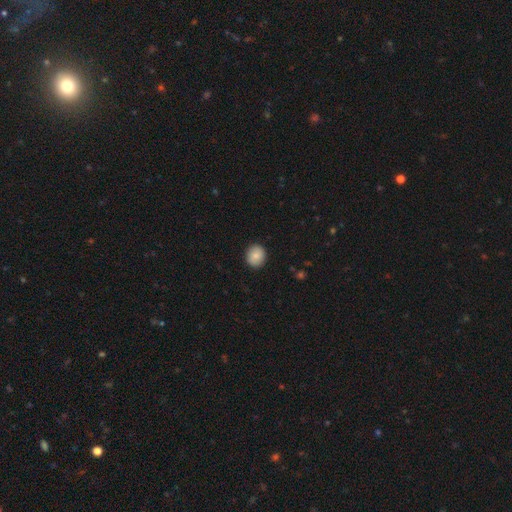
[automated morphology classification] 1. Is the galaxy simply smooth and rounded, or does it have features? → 86% smooth, 7% star or artifact, 7% featured or disk.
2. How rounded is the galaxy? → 79% round, 20% in between, 1% cigar-shaped.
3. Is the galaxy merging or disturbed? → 91% none, 7% minor disturbance, 2% major disturbance, 1% merger.